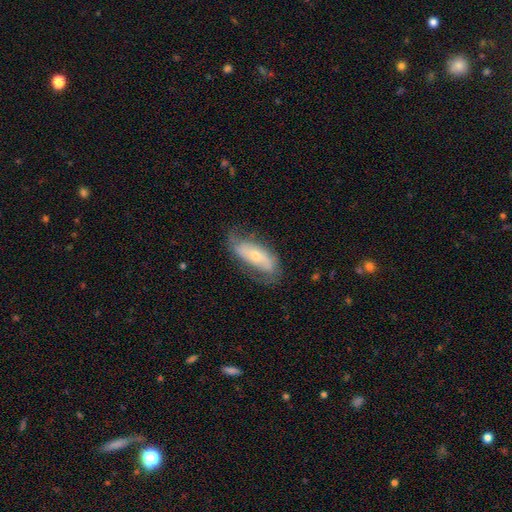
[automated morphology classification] featured or disk 58%, smooth 36%, star or artifact 7%. Down the decision tree: edge-on disk — no (84%); merging — none (63%).